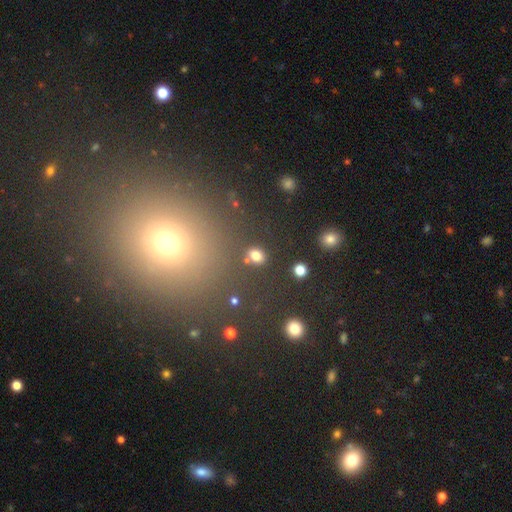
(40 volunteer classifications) Volunteers were most divided on "how rounded": round: 65%, in between: 35%, cigar-shaped: 0%. More confident: merging — none (91%); smooth or featured — smooth (78%).